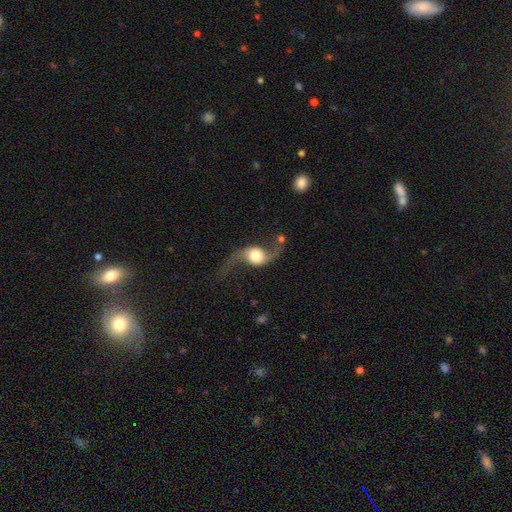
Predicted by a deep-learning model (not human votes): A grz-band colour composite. It shows a featured or disk galaxy (81%) with no bar (70%), 2 (93%) loose (93%) spiral arms (95%) and a large central bulge (46%). Merging: none (56%).